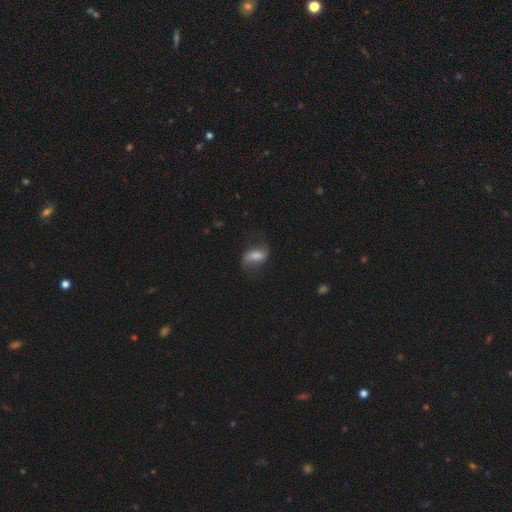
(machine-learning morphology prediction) type=featured or disk (46%); merging=none (63%).